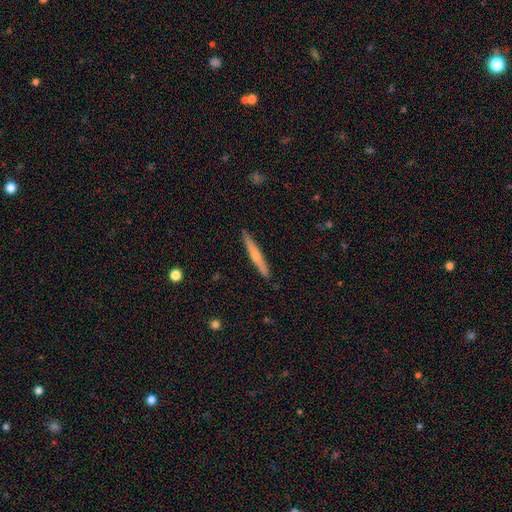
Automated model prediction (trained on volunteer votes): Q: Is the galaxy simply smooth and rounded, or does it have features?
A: smooth — 47%, tied with featured or disk.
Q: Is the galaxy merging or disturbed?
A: none — 91%.